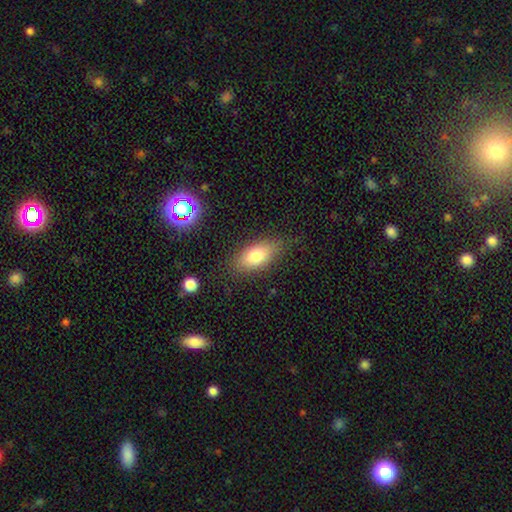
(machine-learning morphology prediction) A smooth galaxy with no disk features (78%) that is in between round and cigar-shaped (86%). Merging: none (78%).